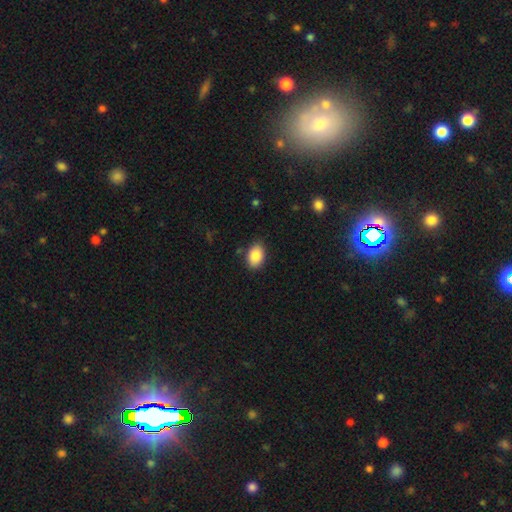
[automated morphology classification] smooth_or_featured: smooth (p=0.87) [alt: star or artifact p=0.07]
how_rounded: in between (p=0.83) [alt: round p=0.16]
merging: none (p=0.83) [alt: minor disturbance p=0.13]